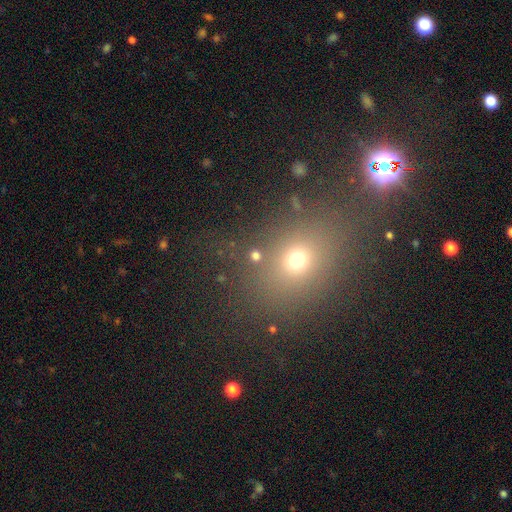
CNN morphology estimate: Smooth or featured?
  - smooth: 67% *
  - star or artifact: 25%
  - featured or disk: 9%
How rounded?
  - round: 81% *
  - in between: 17%
  - cigar-shaped: 2%
Merging?
  - none: 78% *
  - merger: 10%
  - minor disturbance: 8%
  - major disturbance: 5%